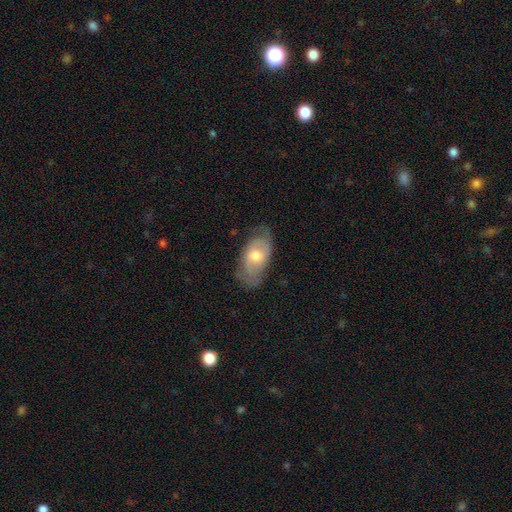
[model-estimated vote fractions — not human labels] Smooth or featured? featured or disk (53%)
Edge-on disk? no (89%)
Merging? none (68%)